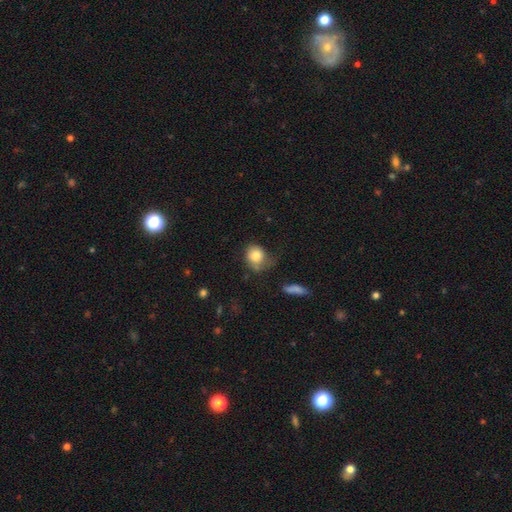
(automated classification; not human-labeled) smooth_or_featured: smooth (p=0.81) [alt: featured or disk p=0.10]
how_rounded: round (p=0.68) [alt: in between p=0.31]
merging: none (p=0.49) [alt: minor disturbance p=0.31]